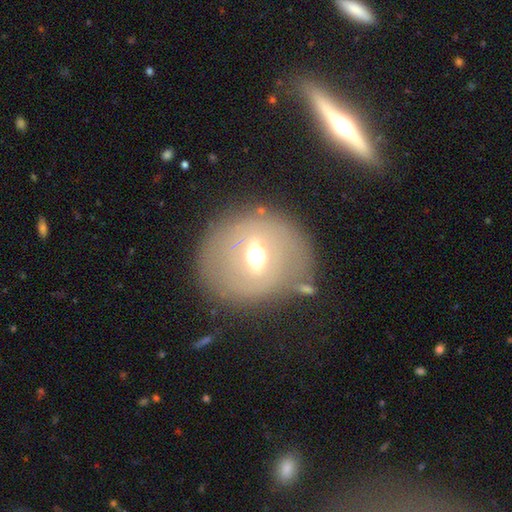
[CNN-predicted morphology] smooth_or_featured: featured or disk (p=0.47) [alt: smooth p=0.39]
merging: none (p=0.72) [alt: minor disturbance p=0.13]